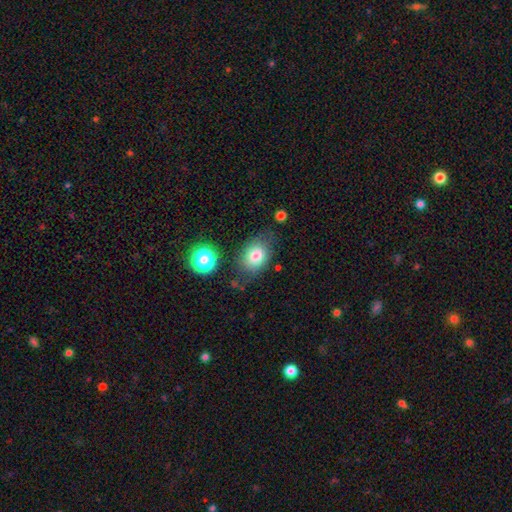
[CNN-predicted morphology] Smooth or featured?
  - smooth: 79% *
  - featured or disk: 11%
  - star or artifact: 10%
How rounded?
  - in between: 68% *
  - round: 31%
  - cigar-shaped: 1%
Merging?
  - none: 68% *
  - minor disturbance: 20%
  - major disturbance: 7%
  - merger: 4%